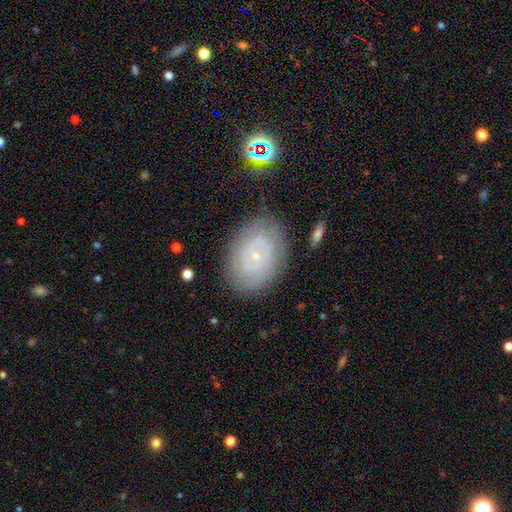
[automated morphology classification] A featured or disk galaxy (73%) with no bar (76%), tight (75%) spiral arms (85%) and a small central bulge (84%).

Vote fractions:
- Smooth or featured? featured or disk: 73% / smooth: 19% / star or artifact: 8%
- Edge-on disk? no: 96% / yes: 4%
- Bar? no: 76% / weak: 20% / strong: 4%
- Spiral arms? yes: 85% / no: 15%
- Spiral winding? tight: 75% / medium: 19% / loose: 5%
- Spiral arm count? can't tell: 43% / 2: 31% / 3: 11% / 4: 6% / 1: 5% / more than 4: 4%
- Bulge size? small: 84% / moderate: 12% / none: 2% / large: 1% / dominant: 1%
- Merging? none: 79% / minor disturbance: 14% / major disturbance: 4% / merger: 2%